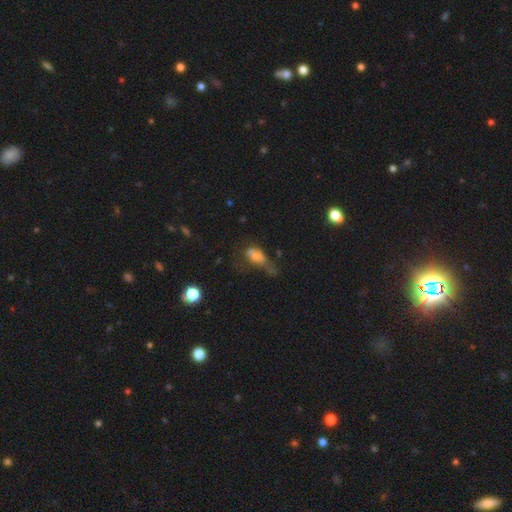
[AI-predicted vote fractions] A smooth galaxy with no disk features (63%) that is in between round and cigar-shaped (78%).

Vote fractions:
- Smooth or featured? smooth: 63% / featured or disk: 23% / star or artifact: 15%
- How rounded? in between: 78% / cigar-shaped: 14% / round: 8%
- Merging? major disturbance: 49% / minor disturbance: 23% / none: 21% / merger: 7%